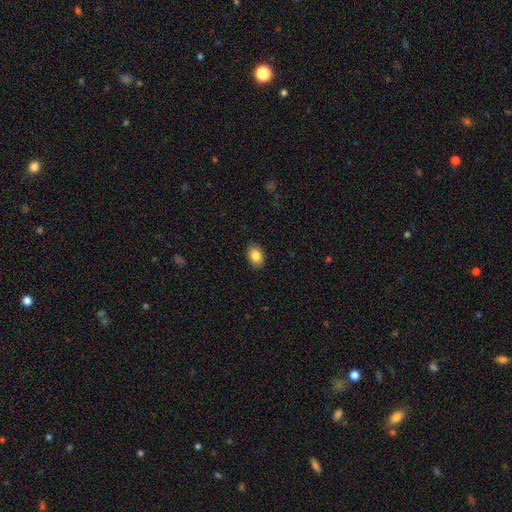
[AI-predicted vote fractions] smooth_or_featured: smooth (p=0.84) [alt: star or artifact p=0.08]
how_rounded: in between (p=0.81) [alt: round p=0.18]
merging: none (p=0.89) [alt: minor disturbance p=0.08]